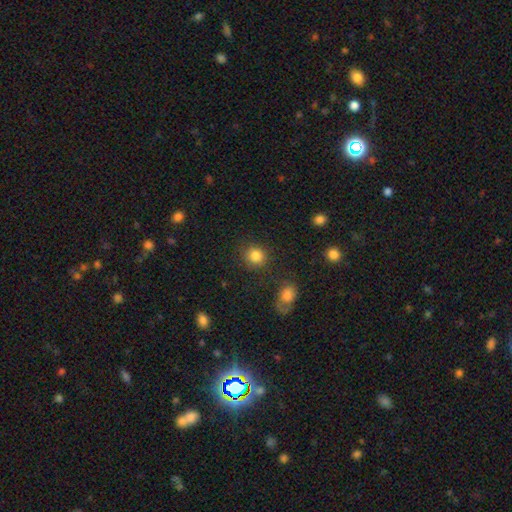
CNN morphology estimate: Smooth or featured? smooth (83%)
How rounded? round (87%)
Merging? none (81%)